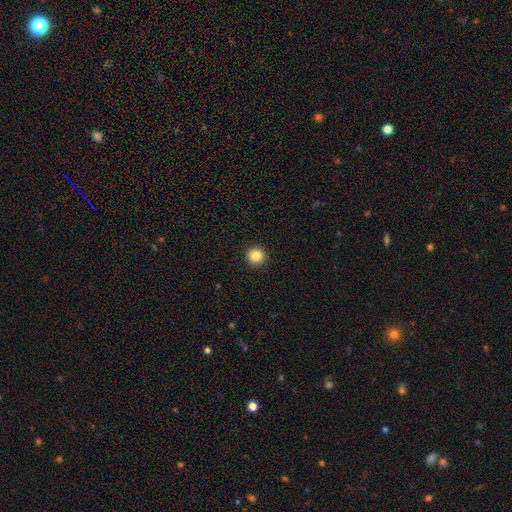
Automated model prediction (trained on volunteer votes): Smooth or featured? Predicted: smooth (p=0.87). How rounded? Predicted: round (p=0.94). Merging? Predicted: none (p=0.93).